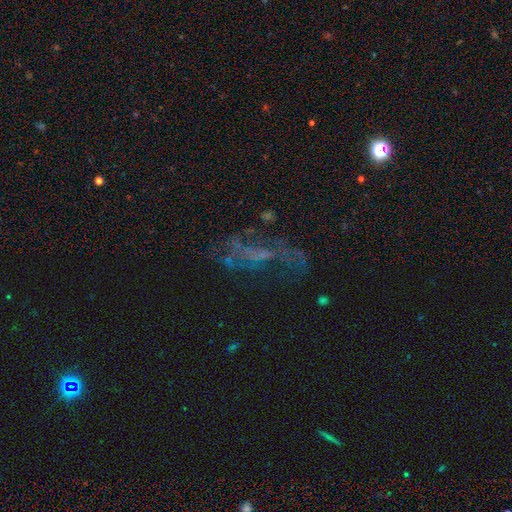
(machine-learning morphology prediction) Smooth or featured? featured or disk (55%)
Edge-on disk? no (91%)
Bar? no (56%)
Spiral arms? no (53%)
Bulge size? none (58%)
Merging? none (45%)